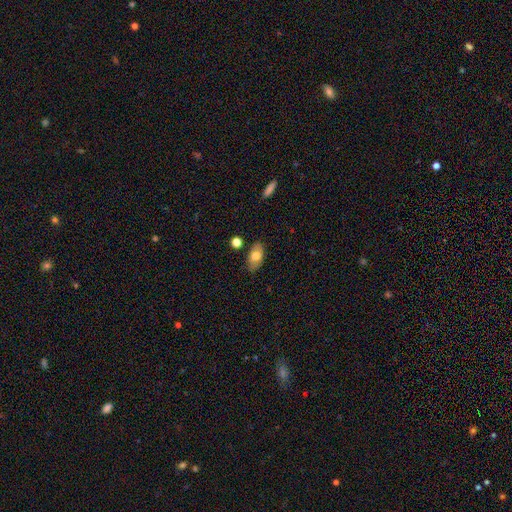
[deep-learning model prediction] Smooth or featured: smooth — 73% (featured or disk — 19%)
How rounded: in between — 92% (round — 5%)
Merging: none — 83% (minor disturbance — 12%)